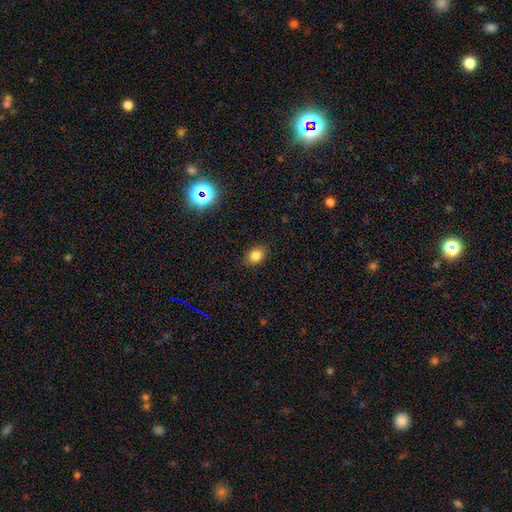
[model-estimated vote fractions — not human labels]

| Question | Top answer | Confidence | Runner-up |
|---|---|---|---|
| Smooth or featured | smooth | 82% | star or artifact (12%) |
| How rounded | in between | 58% | round (41%) |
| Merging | none | 87% | minor disturbance (10%) |